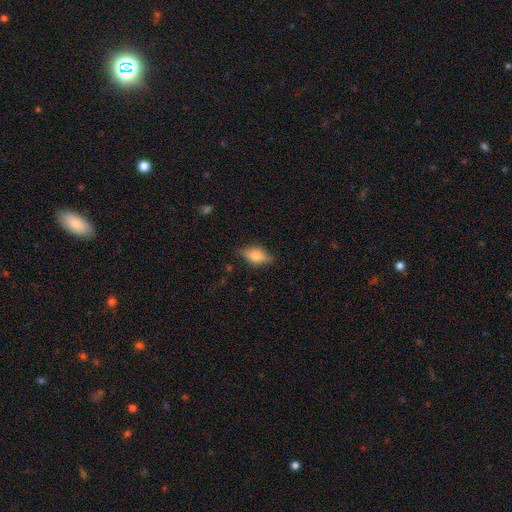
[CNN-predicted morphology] This appears to be a smooth galaxy with no disk features (66%) that is in between round and cigar-shaped (83%). Merging: none (79%).